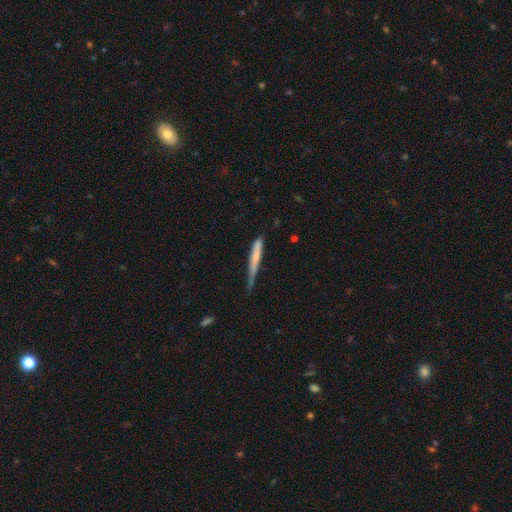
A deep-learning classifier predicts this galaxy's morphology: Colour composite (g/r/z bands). It shows a smooth galaxy with no disk features (59%) that is cigar-shaped (95%). Merging: none (56%).